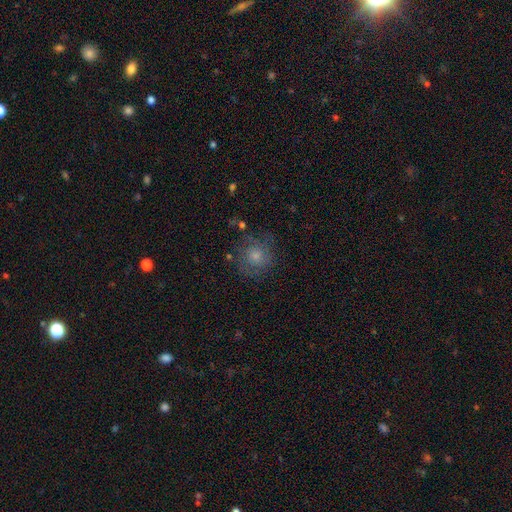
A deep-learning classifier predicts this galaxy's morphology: smooth-or-featured: smooth: 45% | featured or disk: 34% | star or artifact: 20%
  merging: none: 77% | minor disturbance: 14% | major disturbance: 7% | merger: 2%